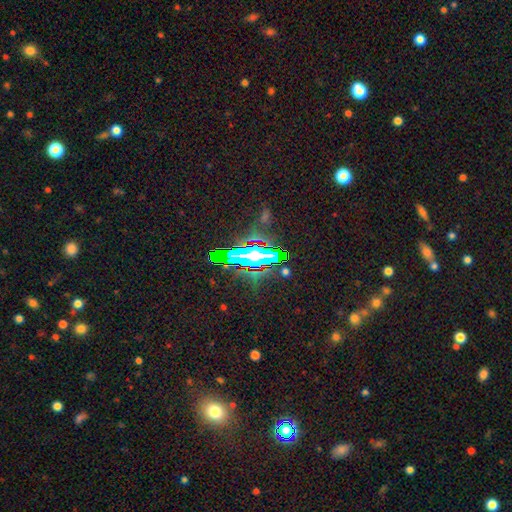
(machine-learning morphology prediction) This is likely a star or artifact rather than a galaxy (69%).